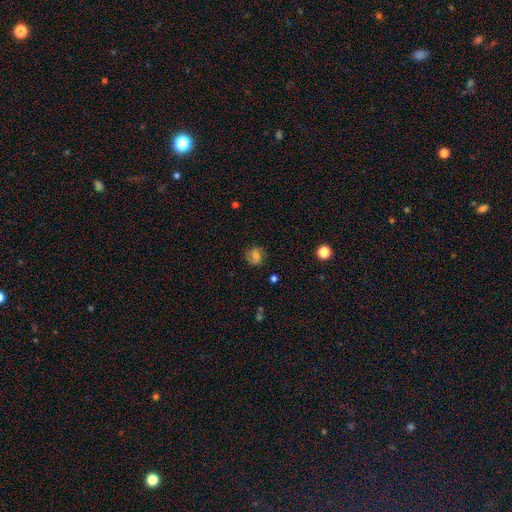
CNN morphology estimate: A smooth galaxy with no disk features (59%) that is round (80%). Merging: none (77%).